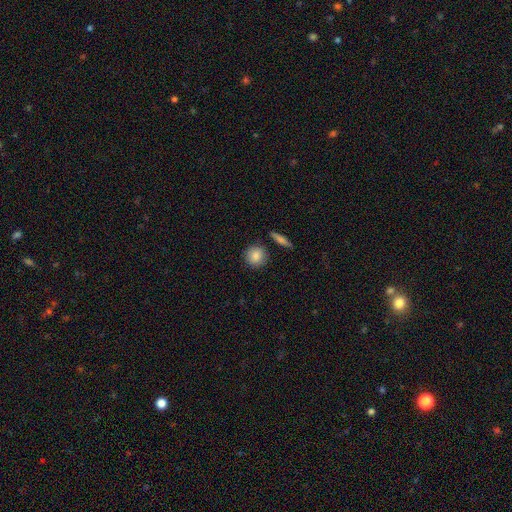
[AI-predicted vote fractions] smooth_or_featured: smooth (p=0.86) [alt: star or artifact p=0.07]
how_rounded: round (p=0.86) [alt: in between p=0.12]
merging: none (p=0.85) [alt: minor disturbance p=0.09]